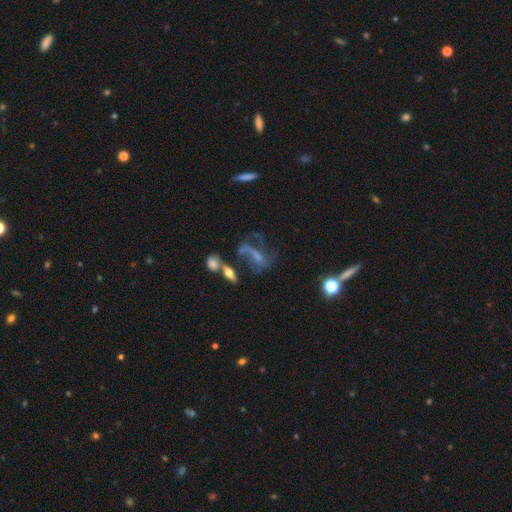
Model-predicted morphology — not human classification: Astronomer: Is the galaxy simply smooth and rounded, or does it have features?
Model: featured or disk — 59%.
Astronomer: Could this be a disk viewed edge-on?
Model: no — 91%.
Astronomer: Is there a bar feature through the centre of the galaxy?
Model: no — 45% (runner-up: weak, 34%).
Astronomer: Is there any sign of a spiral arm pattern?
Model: yes — 66%.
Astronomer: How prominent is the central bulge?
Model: none — 40% (runner-up: small, 32%).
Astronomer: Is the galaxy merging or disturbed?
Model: none — 35% (runner-up: major disturbance, 34%).